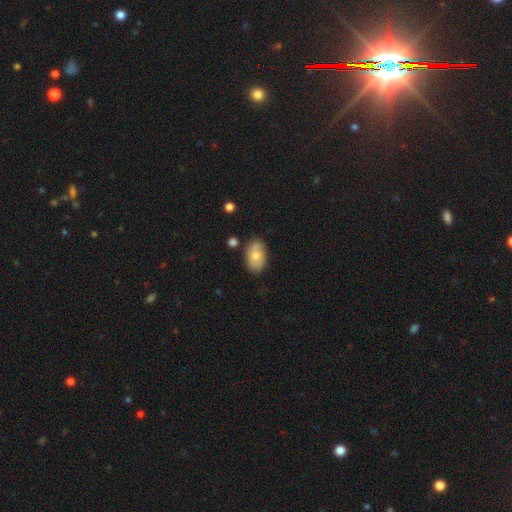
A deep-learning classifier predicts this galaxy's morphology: smooth_or_featured: smooth (p=0.70) [alt: featured or disk p=0.23]
how_rounded: in between (p=0.91) [alt: round p=0.07]
merging: none (p=0.72) [alt: minor disturbance p=0.20]